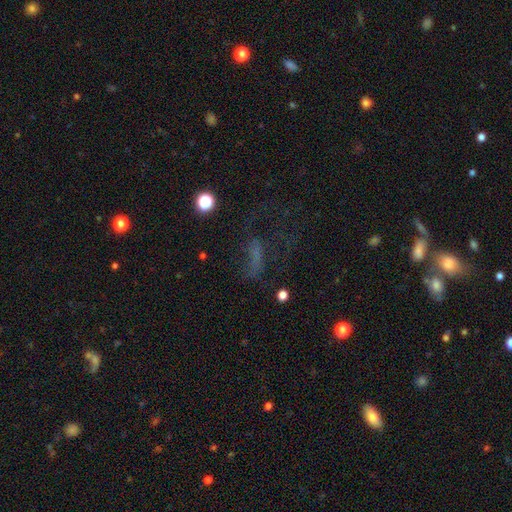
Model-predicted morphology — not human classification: smooth 39%, featured or disk 31%, star or artifact 30%. Down the decision tree: merging — none (41%).